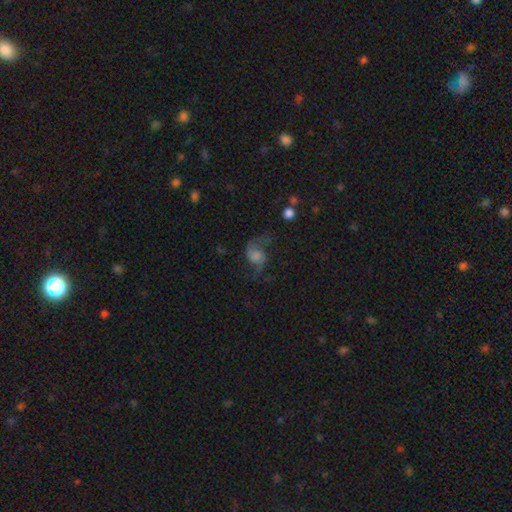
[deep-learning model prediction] Smooth or featured: featured or disk — 73% (smooth — 16%)
Edge-on disk: no — 97% (yes — 3%)
Bar: no — 62% (weak — 32%)
Spiral arms: yes — 94% (no — 6%)
Spiral winding: loose — 74% (medium — 22%)
Spiral arm count: 2 — 91% (1 — 4%)
Bulge size: moderate — 26% (tied with none — 26%)
Merging: none — 63% (major disturbance — 17%)